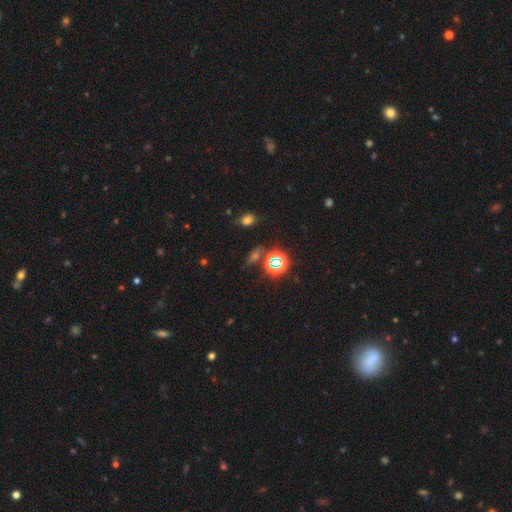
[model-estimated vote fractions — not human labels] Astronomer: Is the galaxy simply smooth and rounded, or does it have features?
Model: star or artifact — 59%.